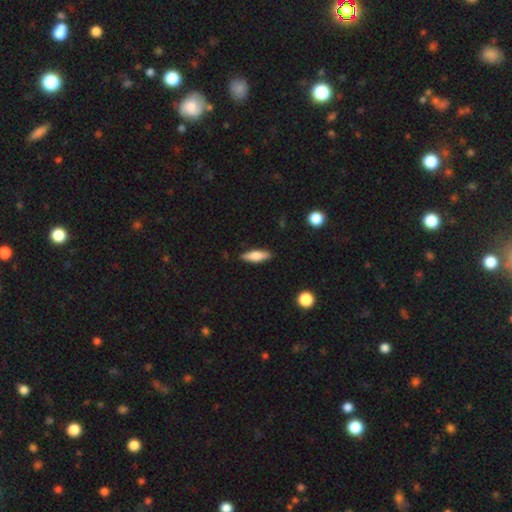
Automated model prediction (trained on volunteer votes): Smooth or featured? Predicted: smooth (p=0.68). How rounded? Predicted: cigar-shaped (p=0.51). Merging? Predicted: none (p=0.87).